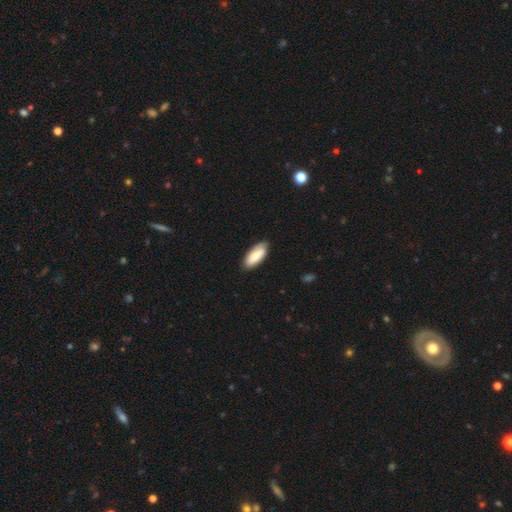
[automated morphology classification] Q: Smooth or featured?
A: smooth (79%); runner-up: featured or disk (16%)
Q: How rounded?
A: in between (81%); runner-up: cigar-shaped (17%)
Q: Merging?
A: none (81%); runner-up: minor disturbance (15%)